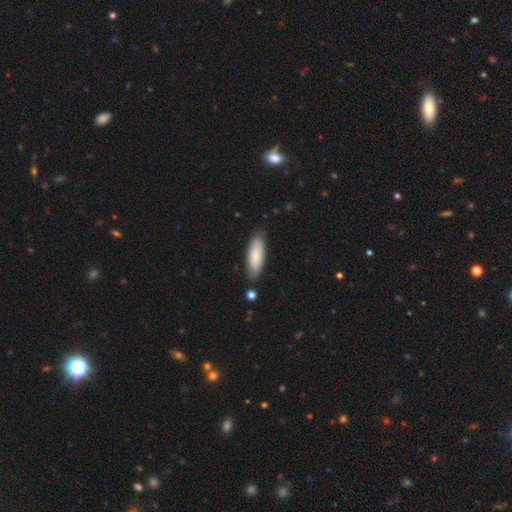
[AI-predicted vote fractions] Smooth or featured: smooth — 82% (featured or disk — 13%)
How rounded: in between — 61% (cigar-shaped — 37%)
Merging: none — 82% (minor disturbance — 14%)